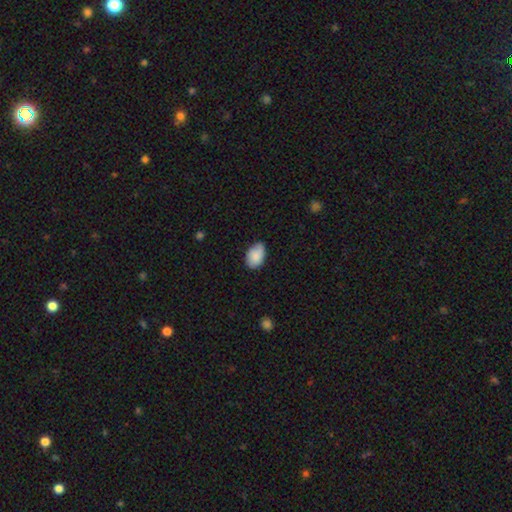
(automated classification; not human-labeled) Smooth or featured? smooth (87%)
How rounded? in between (89%)
Merging? none (68%)